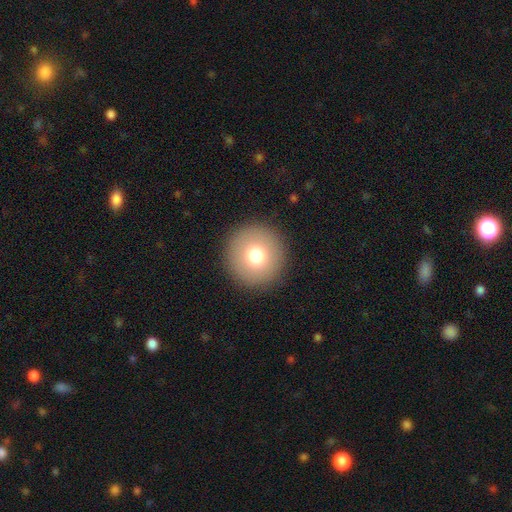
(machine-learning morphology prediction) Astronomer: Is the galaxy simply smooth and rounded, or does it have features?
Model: smooth — 75%.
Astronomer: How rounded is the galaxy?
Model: round — 96%.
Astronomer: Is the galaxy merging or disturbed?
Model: none — 92%.